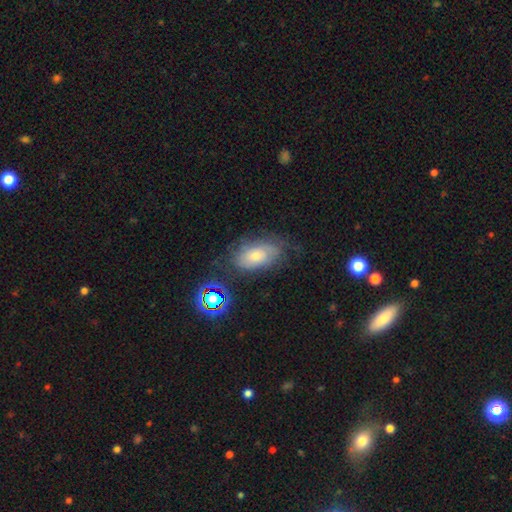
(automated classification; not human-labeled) A smooth galaxy with no disk features (46%). Merging: none (64%).